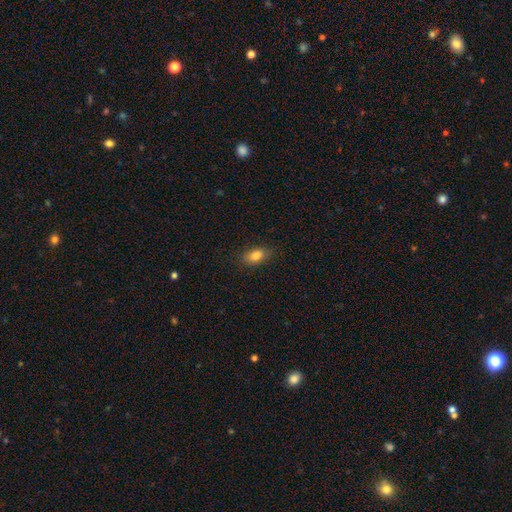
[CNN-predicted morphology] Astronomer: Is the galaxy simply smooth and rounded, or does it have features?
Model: smooth — 83%.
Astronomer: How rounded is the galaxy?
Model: in between — 87%.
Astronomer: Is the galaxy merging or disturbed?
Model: none — 83%.